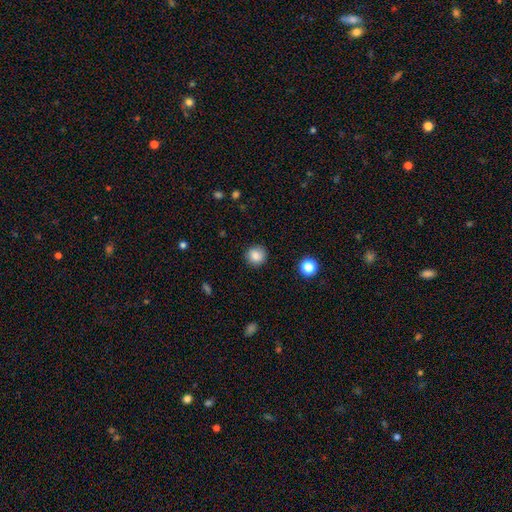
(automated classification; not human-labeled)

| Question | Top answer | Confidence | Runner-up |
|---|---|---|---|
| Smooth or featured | smooth | 85% | star or artifact (10%) |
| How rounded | round | 91% | in between (8%) |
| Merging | none | 89% | minor disturbance (7%) |